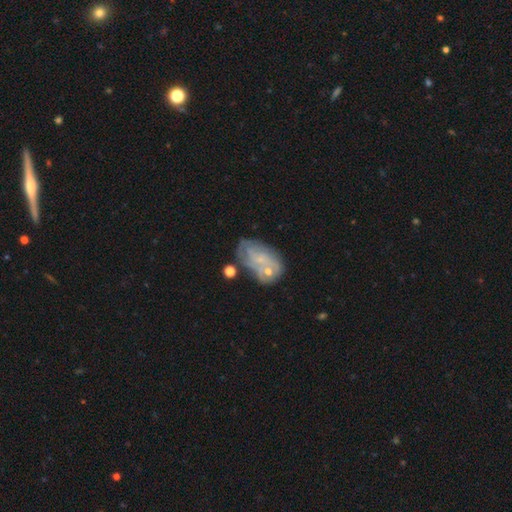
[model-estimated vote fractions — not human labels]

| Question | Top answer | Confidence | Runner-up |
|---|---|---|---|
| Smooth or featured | featured or disk | 56% | smooth (34%) |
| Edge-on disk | no | 96% | yes (4%) |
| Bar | no | 77% | weak (19%) |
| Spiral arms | yes | 61% | no (39%) |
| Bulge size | small | 62% | none (17%) |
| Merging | none | 30% | merger (29%) |